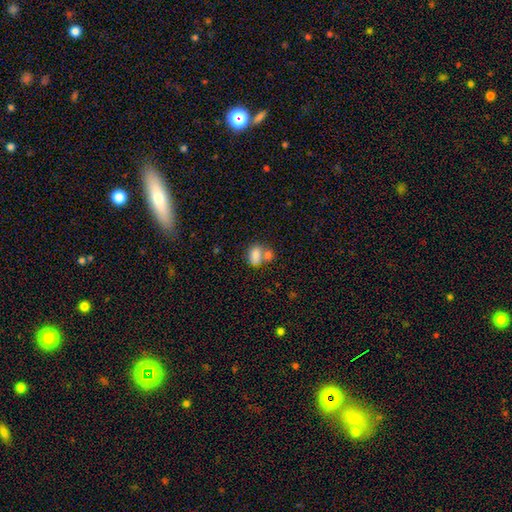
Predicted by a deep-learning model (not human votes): Overall: smooth (80%). How rounded: in between (82%). Merging: merger (53%; none 31%).